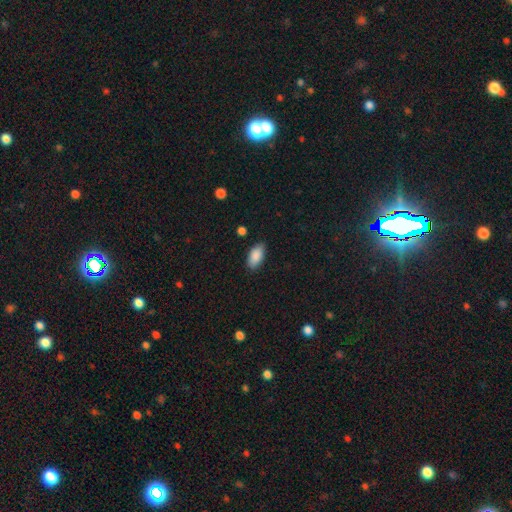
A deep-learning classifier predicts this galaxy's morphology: Smooth or featured? smooth (89%)
How rounded? in between (92%)
Merging? none (84%)